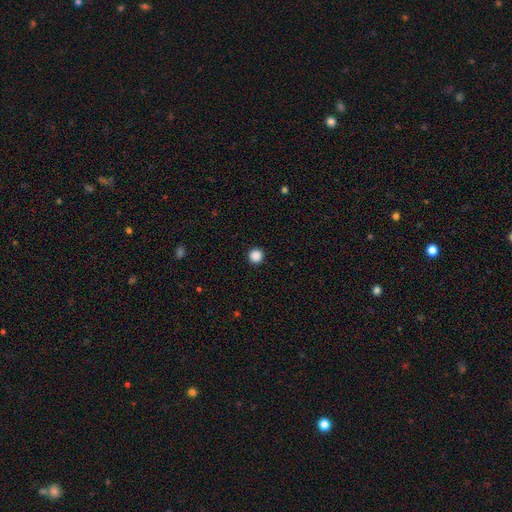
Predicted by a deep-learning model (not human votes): Smooth or featured? smooth (88%)
How rounded? round (96%)
Merging? none (93%)